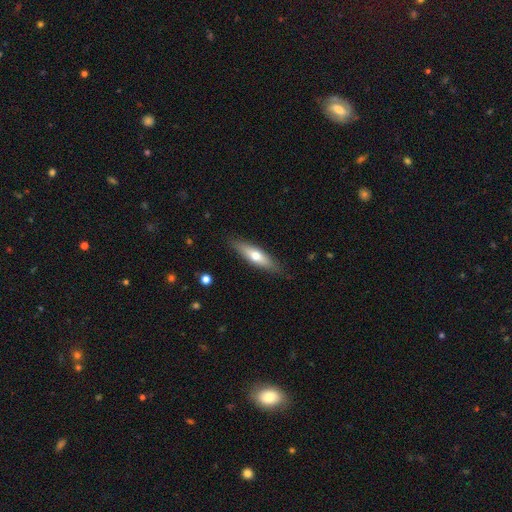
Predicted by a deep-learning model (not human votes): Smooth or featured? smooth (57%)
How rounded? cigar-shaped (65%)
Merging? none (85%)